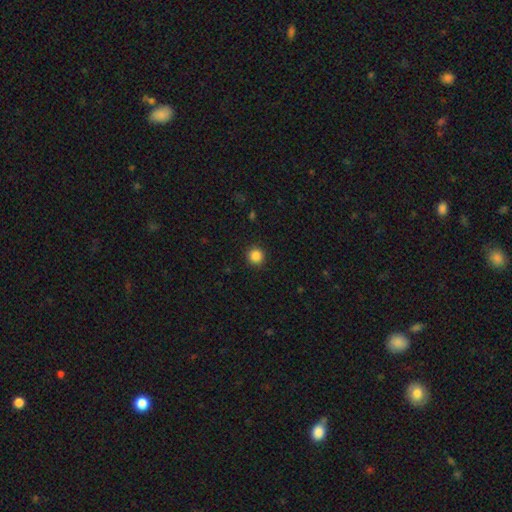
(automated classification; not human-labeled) Morphology: type=smooth (86%); roundness=round (95%); merging=none (92%).